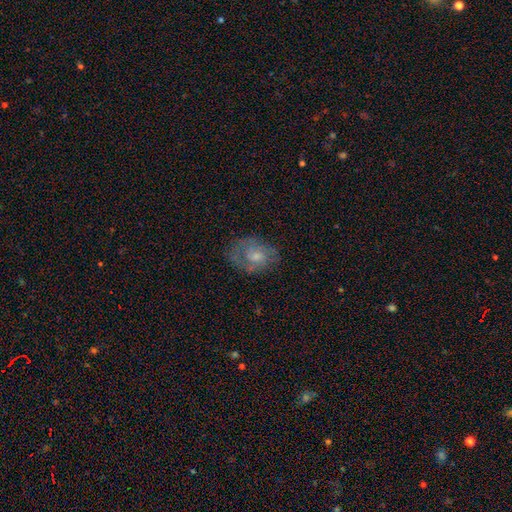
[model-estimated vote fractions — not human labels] Smooth or featured? featured or disk (54%)
Edge-on disk? no (96%)
Bar? no (68%)
Spiral arms? yes (67%)
Bulge size? moderate (46%)
Merging? none (62%)